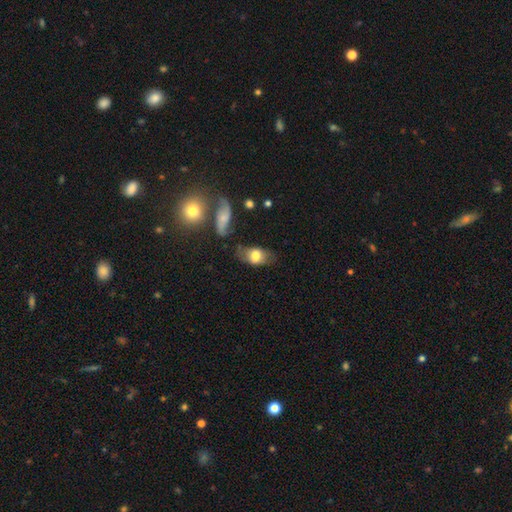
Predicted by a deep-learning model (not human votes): Smooth or featured? smooth (71%)
How rounded? in between (85%)
Merging? none (60%)